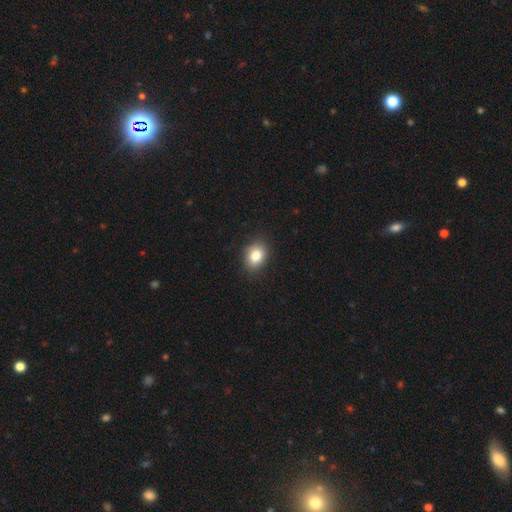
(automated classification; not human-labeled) A smooth galaxy with no disk features (84%) that is in between round and cigar-shaped (65%). Merging: none (86%).